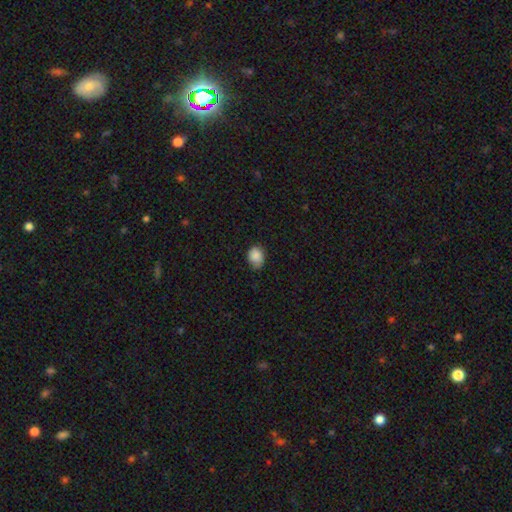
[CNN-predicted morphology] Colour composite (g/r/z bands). It shows a smooth galaxy with no disk features (84%) that is in between round and cigar-shaped (57%). Merging: none (56%).